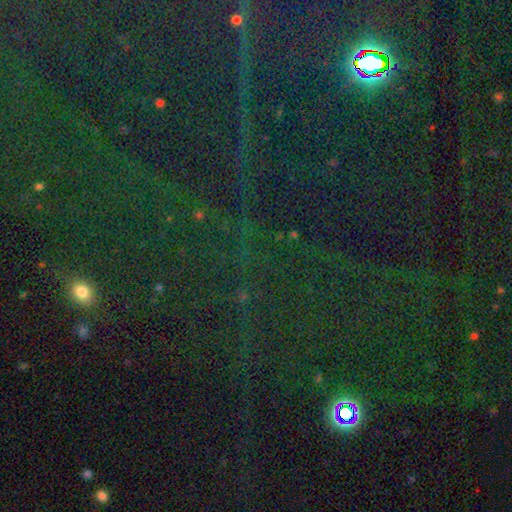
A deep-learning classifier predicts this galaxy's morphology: The model was most divided on "smooth or featured": star or artifact: 81%, smooth: 11%, featured or disk: 7%.